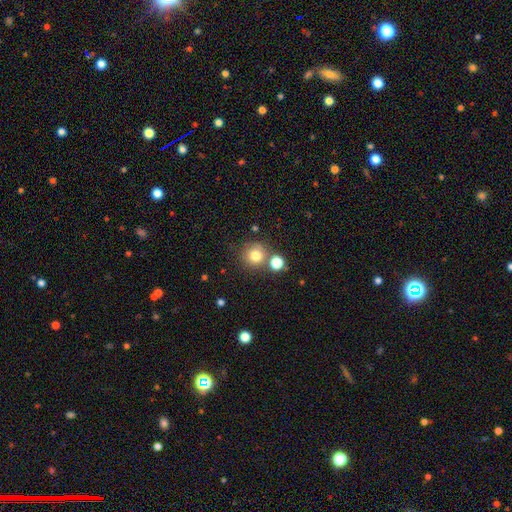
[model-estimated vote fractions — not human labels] Morphology: type=smooth (78%); roundness=round (92%); merging=none (70%).